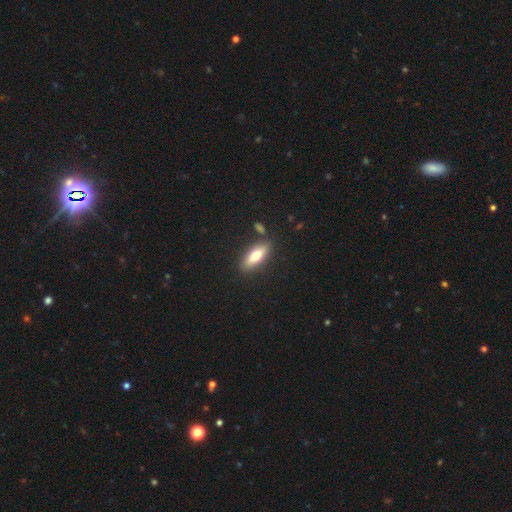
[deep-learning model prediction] Smooth or featured? smooth (67%)
How rounded? in between (63%)
Merging? none (82%)